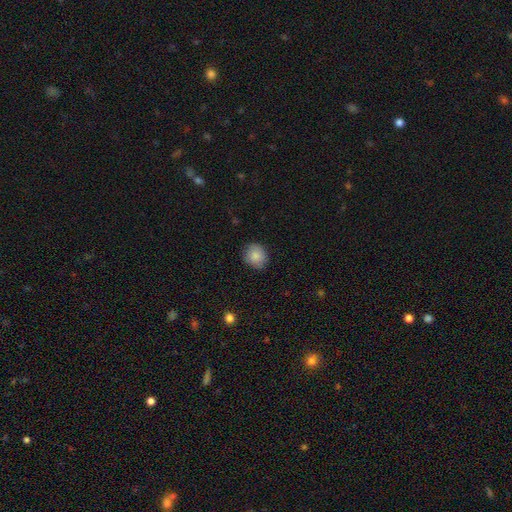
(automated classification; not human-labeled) A smooth galaxy with no disk features (87%) that is round (76%).

Vote fractions:
- Smooth or featured? smooth: 87% / star or artifact: 7% / featured or disk: 6%
- How rounded? round: 76% / in between: 23% / cigar-shaped: 1%
- Merging? none: 84% / minor disturbance: 12% / major disturbance: 3% / merger: 1%